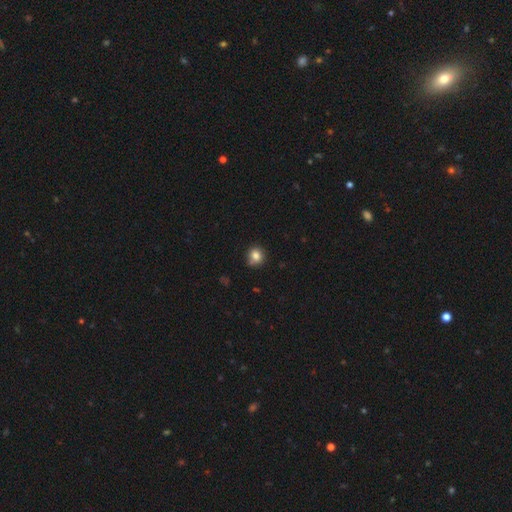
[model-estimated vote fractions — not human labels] The model was most divided on "merging": none: 72%, minor disturbance: 21%, major disturbance: 4%, merger: 3%. More confident: how rounded — round (85%); smooth or featured — smooth (81%).